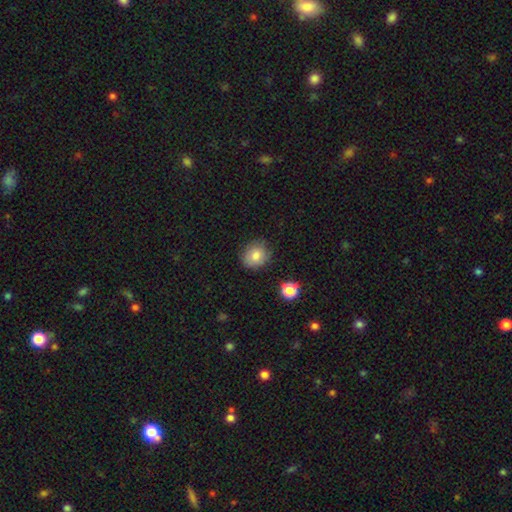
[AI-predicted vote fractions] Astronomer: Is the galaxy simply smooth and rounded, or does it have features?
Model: smooth — 77%.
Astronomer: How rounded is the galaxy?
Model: round — 75%.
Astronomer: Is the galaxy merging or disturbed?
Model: none — 80%.